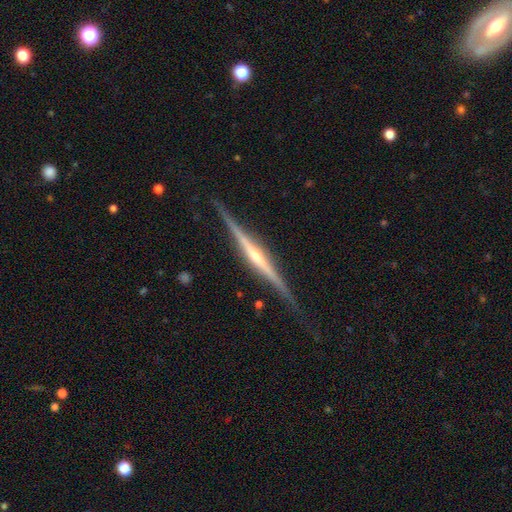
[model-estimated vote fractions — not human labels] Overall: featured or disk (85%). Edge-on disk: yes (98%). Edge-on bulge: rounded (71%). Merging: none (86%).